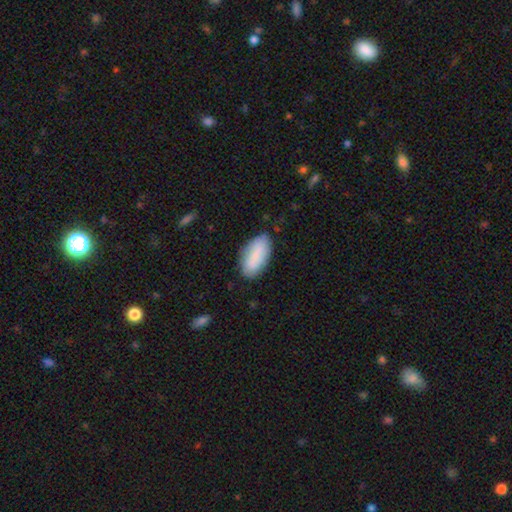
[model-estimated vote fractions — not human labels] smooth_or_featured: smooth (p=0.82) [alt: featured or disk p=0.12]
how_rounded: in between (p=0.92) [alt: cigar-shaped p=0.06]
merging: none (p=0.79) [alt: minor disturbance p=0.16]